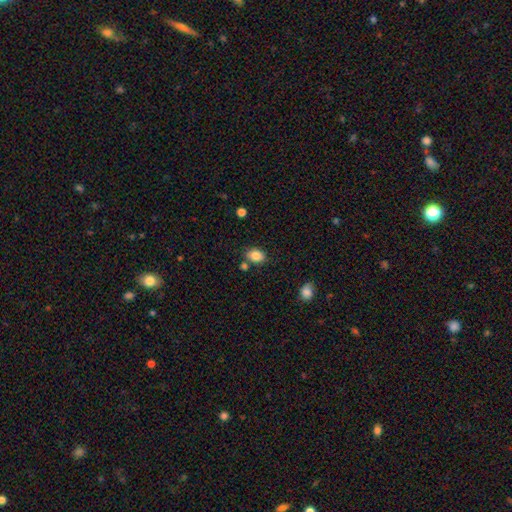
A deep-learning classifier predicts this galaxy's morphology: The model was most divided on "how rounded": in between: 70%, round: 29%, cigar-shaped: 1%. More confident: smooth or featured — smooth (85%); merging — none (74%).